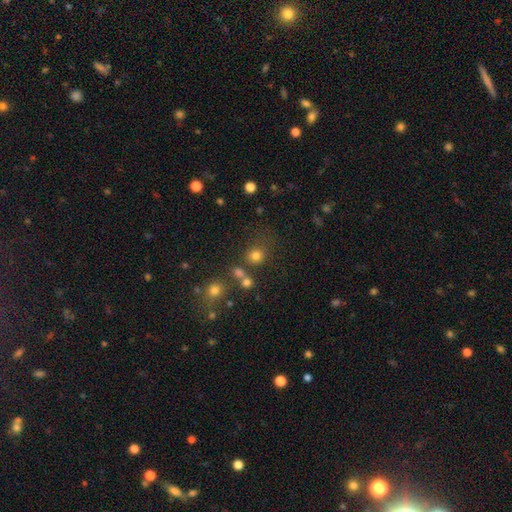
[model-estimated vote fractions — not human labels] Smooth or featured?
  - smooth: 73% *
  - star or artifact: 20%
  - featured or disk: 7%
How rounded?
  - round: 85% *
  - in between: 14%
  - cigar-shaped: 1%
Merging?
  - none: 69% *
  - merger: 14%
  - minor disturbance: 11%
  - major disturbance: 6%